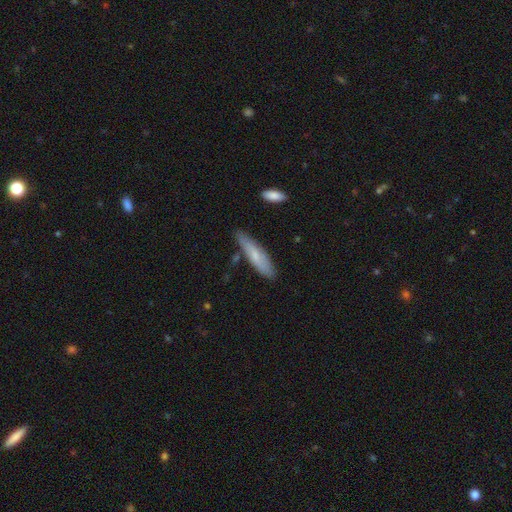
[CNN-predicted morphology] type=smooth (64%); roundness=cigar-shaped (74%); merging=none (75%).